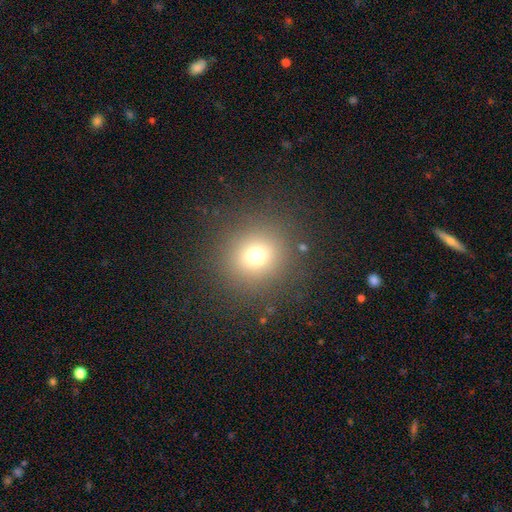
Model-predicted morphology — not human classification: A smooth galaxy with no disk features (70%) that is round (92%).

Vote fractions:
- Smooth or featured? smooth: 70% / star or artifact: 20% / featured or disk: 10%
- How rounded? round: 92% / in between: 7% / cigar-shaped: 1%
- Merging? none: 87% / minor disturbance: 7% / major disturbance: 5% / merger: 2%